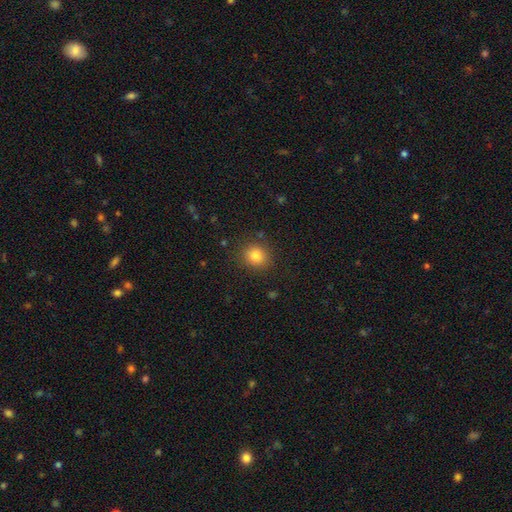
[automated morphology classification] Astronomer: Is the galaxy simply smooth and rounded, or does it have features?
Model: smooth — 82%.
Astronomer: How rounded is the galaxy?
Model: round — 81%.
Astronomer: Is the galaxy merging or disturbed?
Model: none — 87%.